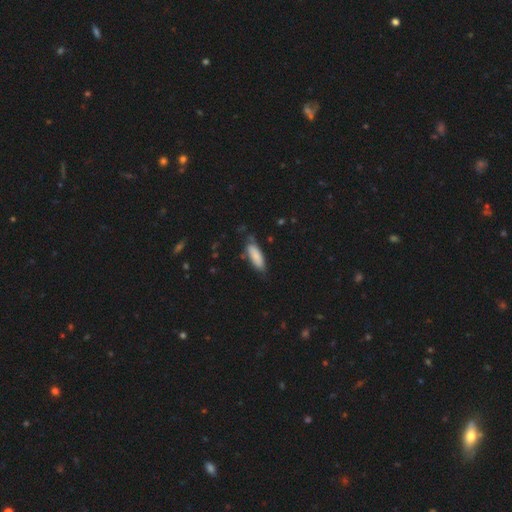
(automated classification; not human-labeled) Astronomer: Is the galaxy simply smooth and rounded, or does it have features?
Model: smooth — 84%.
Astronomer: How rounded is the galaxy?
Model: in between — 60% (runner-up: cigar-shaped, 39%).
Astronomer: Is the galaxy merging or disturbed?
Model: none — 68%.